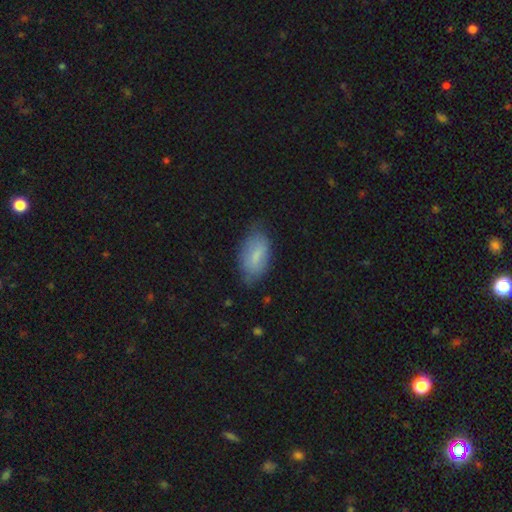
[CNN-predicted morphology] This appears to be a smooth galaxy with no disk features (73%) that is in between round and cigar-shaped (92%). Merging: none (67%).